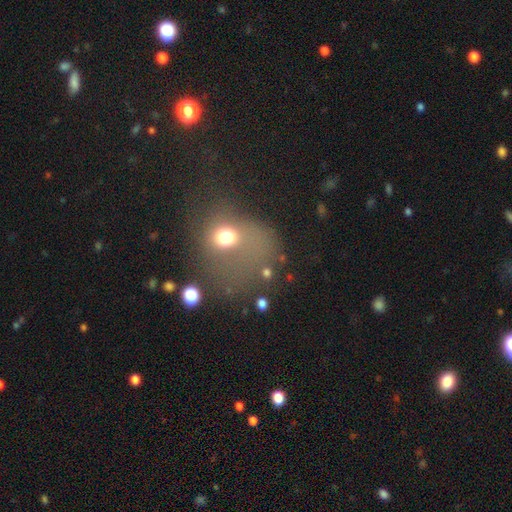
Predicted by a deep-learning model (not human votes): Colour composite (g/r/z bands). It shows a smooth galaxy with no disk features (49%). Merging: none (37%).